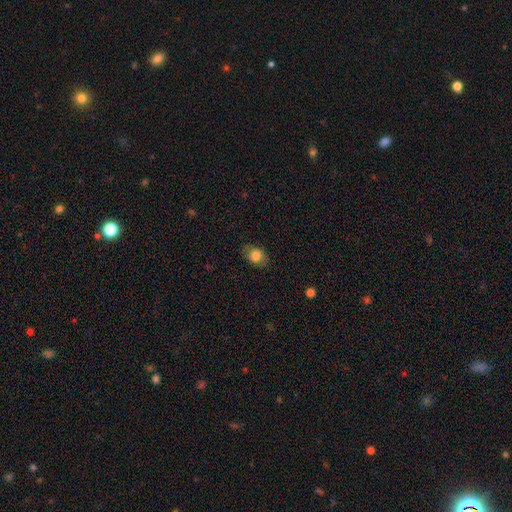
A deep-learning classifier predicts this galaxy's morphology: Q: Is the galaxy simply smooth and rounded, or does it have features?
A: smooth — 77%.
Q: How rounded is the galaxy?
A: in between — 75%.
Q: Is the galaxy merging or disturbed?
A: none — 80%.